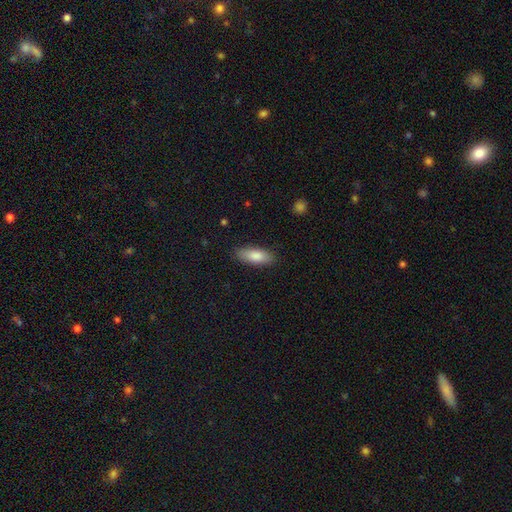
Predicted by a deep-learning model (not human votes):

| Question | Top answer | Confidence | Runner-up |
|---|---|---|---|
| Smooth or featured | smooth | 84% | featured or disk (10%) |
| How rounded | in between | 75% | cigar-shaped (23%) |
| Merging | none | 87% | minor disturbance (10%) |